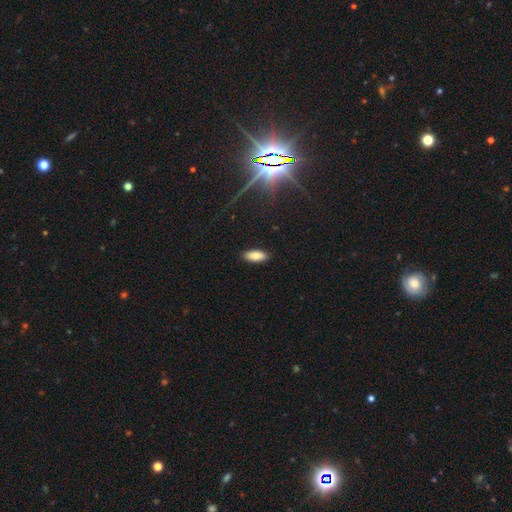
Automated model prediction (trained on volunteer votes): Smooth or featured?
  - smooth: 82% *
  - featured or disk: 9%
  - star or artifact: 9%
How rounded?
  - in between: 85% *
  - cigar-shaped: 13%
  - round: 2%
Merging?
  - none: 89% *
  - minor disturbance: 8%
  - major disturbance: 2%
  - merger: 1%